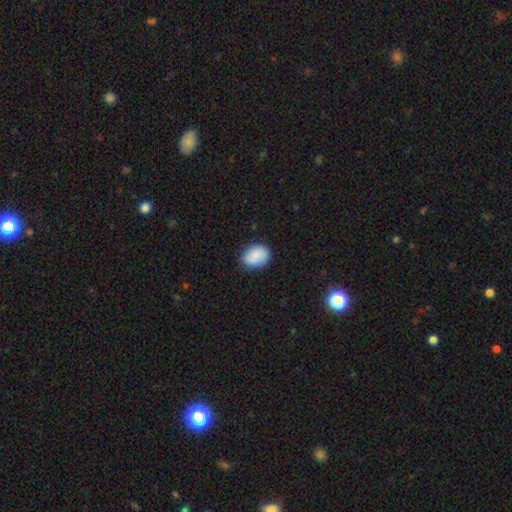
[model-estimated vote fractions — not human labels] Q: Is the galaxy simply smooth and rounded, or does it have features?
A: smooth — 79%.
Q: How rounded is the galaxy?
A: in between — 64%.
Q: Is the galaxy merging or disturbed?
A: none — 80%.